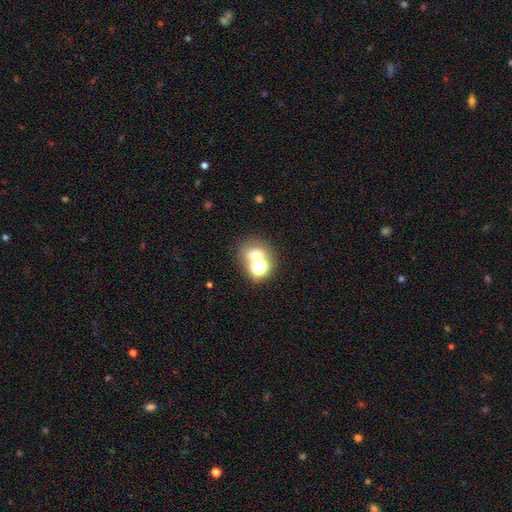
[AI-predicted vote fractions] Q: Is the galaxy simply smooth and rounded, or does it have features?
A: smooth — 58%.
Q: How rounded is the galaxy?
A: round — 71%.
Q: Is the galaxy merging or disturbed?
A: none — 51%.